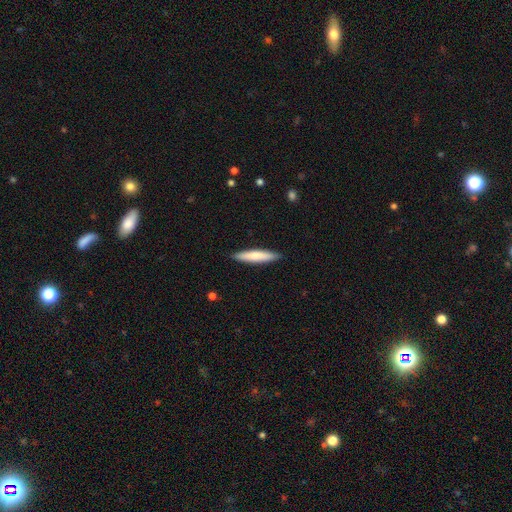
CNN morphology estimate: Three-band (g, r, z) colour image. It shows a smooth galaxy with no disk features (76%) that is cigar-shaped (88%). Merging: none (90%).